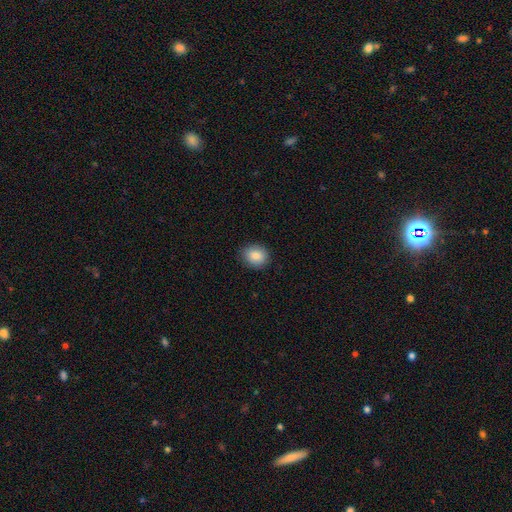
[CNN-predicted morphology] Smooth or featured: smooth — 86% (star or artifact — 8%)
How rounded: round — 64% (in between — 35%)
Merging: none — 88% (minor disturbance — 9%)